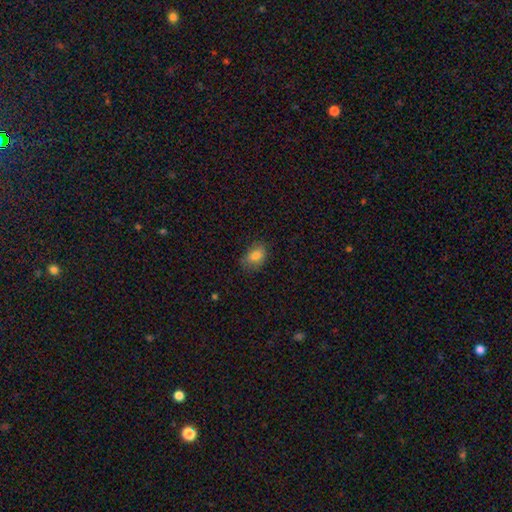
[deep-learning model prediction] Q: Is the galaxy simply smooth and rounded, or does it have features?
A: smooth — 82%.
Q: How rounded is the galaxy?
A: in between — 81%.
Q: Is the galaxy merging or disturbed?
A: none — 73%.